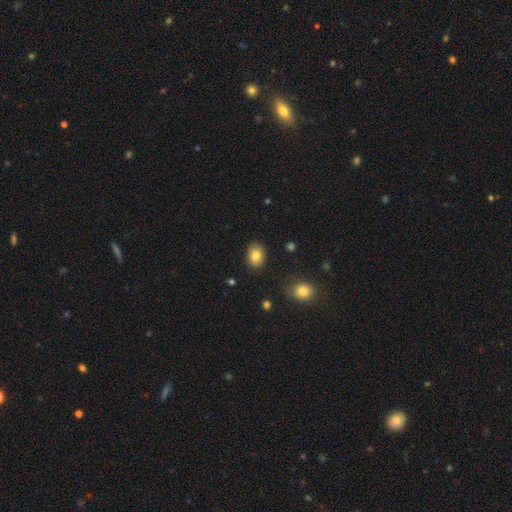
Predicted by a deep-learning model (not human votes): Smooth or featured: smooth — 82% (featured or disk — 9%)
How rounded: in between — 69% (round — 30%)
Merging: none — 87% (minor disturbance — 10%)